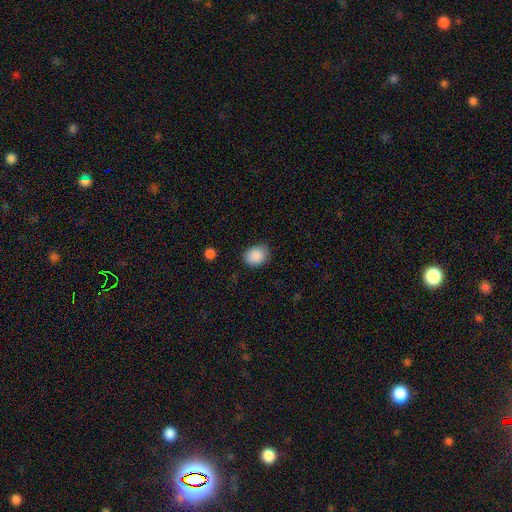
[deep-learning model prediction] Smooth or featured?
  - smooth: 89% *
  - star or artifact: 8%
  - featured or disk: 3%
How rounded?
  - round: 51% *
  - in between: 48%
  - cigar-shaped: 1%
Merging?
  - none: 81% *
  - minor disturbance: 15%
  - major disturbance: 3%
  - merger: 1%